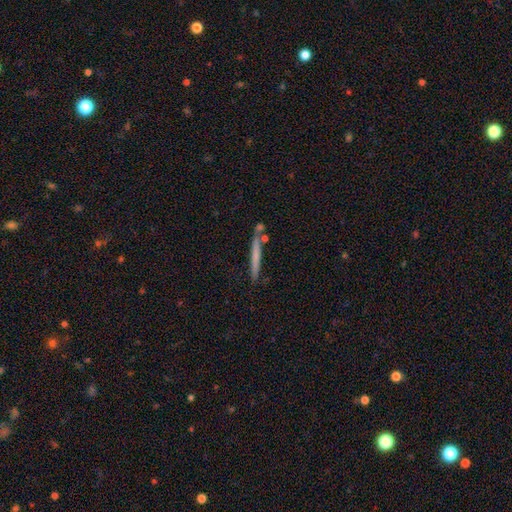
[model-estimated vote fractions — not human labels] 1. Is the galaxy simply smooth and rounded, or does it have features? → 57% smooth, 36% featured or disk, 6% star or artifact.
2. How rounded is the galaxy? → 96% cigar-shaped, 2% in between, 1% round.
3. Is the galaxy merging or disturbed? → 80% none, 10% minor disturbance, 7% merger, 2% major disturbance.